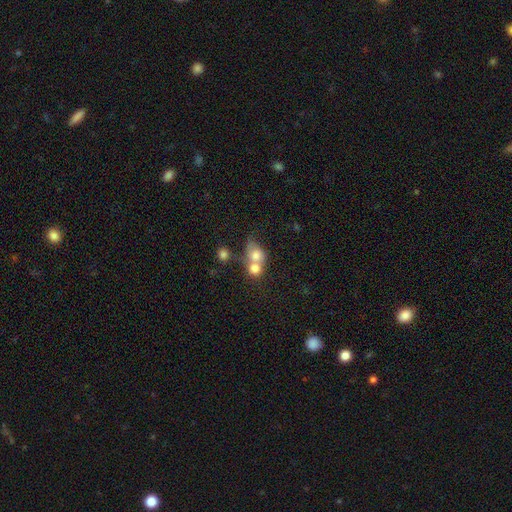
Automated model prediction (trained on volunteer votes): Q: Smooth or featured?
A: smooth (73%); runner-up: featured or disk (17%)
Q: How rounded?
A: round (67%); runner-up: in between (32%)
Q: Merging?
A: merger (69%); runner-up: none (20%)